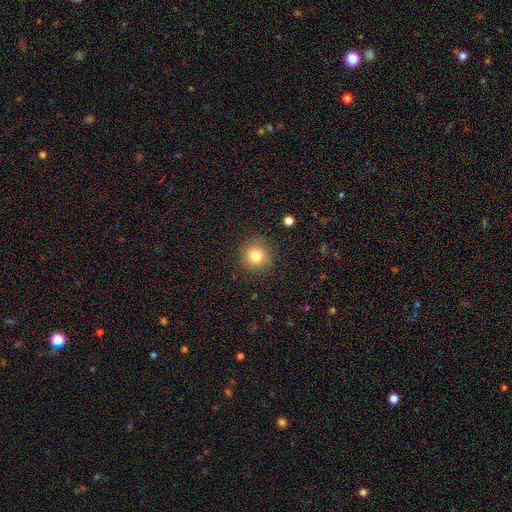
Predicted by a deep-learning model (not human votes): Smooth or featured? smooth (81%)
How rounded? round (92%)
Merging? none (87%)